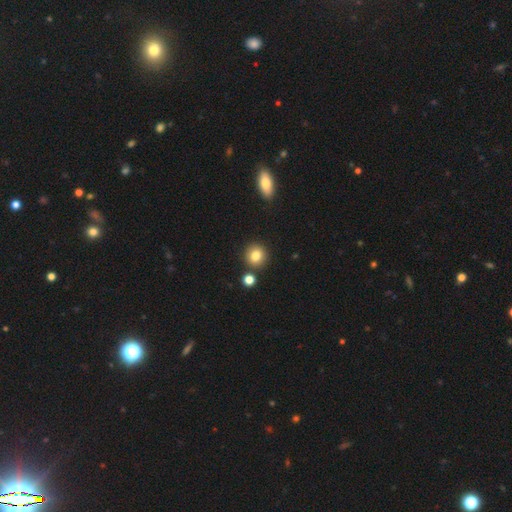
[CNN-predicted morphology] smooth 82%, star or artifact 11%, featured or disk 8%. Down the decision tree: how rounded — round (89%); merging — none (84%).